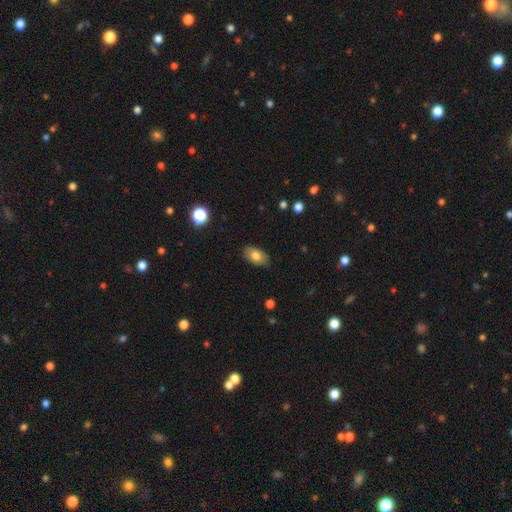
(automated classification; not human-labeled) A smooth galaxy with no disk features (78%) that is in between round and cigar-shaped (91%).

Vote fractions:
- Smooth or featured? smooth: 78% / featured or disk: 14% / star or artifact: 8%
- How rounded? in between: 91% / round: 7% / cigar-shaped: 2%
- Merging? none: 84% / minor disturbance: 13% / major disturbance: 2% / merger: 1%